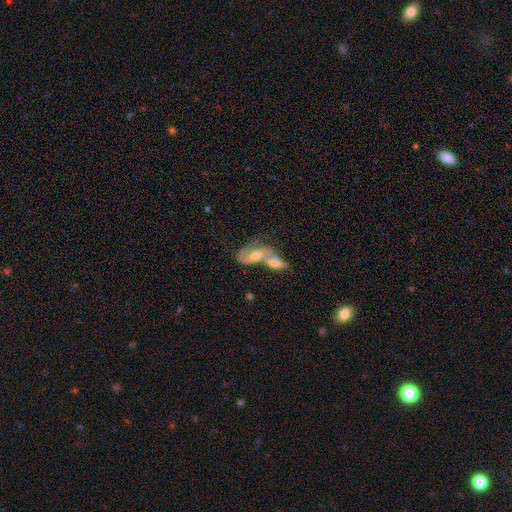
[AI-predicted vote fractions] smooth_or_featured: featured or disk (p=0.60) [alt: smooth p=0.32]
disk_edge_on: no (p=0.89) [alt: yes p=0.11]
bar: no (p=0.56) [alt: weak p=0.32]
has_spiral_arms: yes (p=0.73) [alt: no p=0.27]
bulge_size: moderate (p=0.67) [alt: small p=0.20]
merging: merger (p=0.73) [alt: none p=0.14]